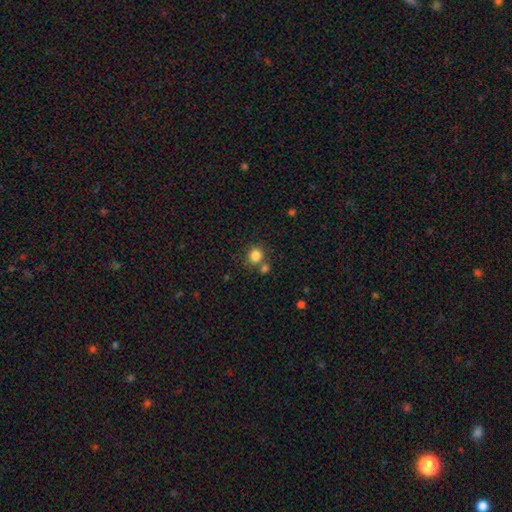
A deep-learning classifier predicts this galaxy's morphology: Smooth or featured? smooth (83%)
How rounded? round (87%)
Merging? none (68%)